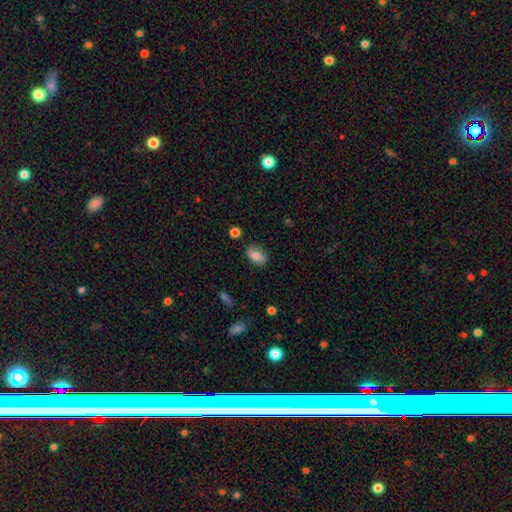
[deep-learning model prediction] The model was most divided on "smooth or featured": smooth: 69%, featured or disk: 23%, star or artifact: 8%. More confident: how rounded — in between (85%); merging — none (81%).